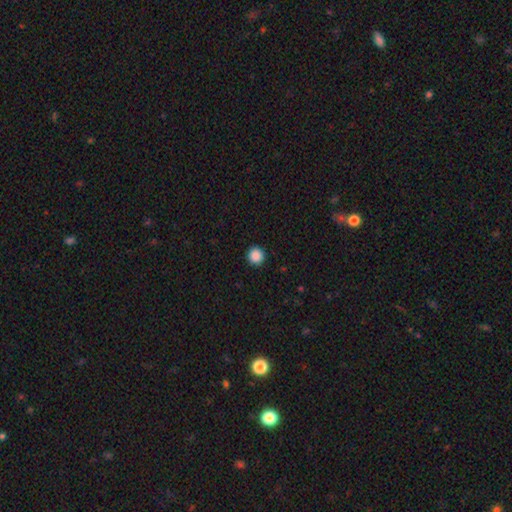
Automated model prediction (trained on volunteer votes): Smooth or featured? smooth (89%)
How rounded? round (94%)
Merging? none (93%)